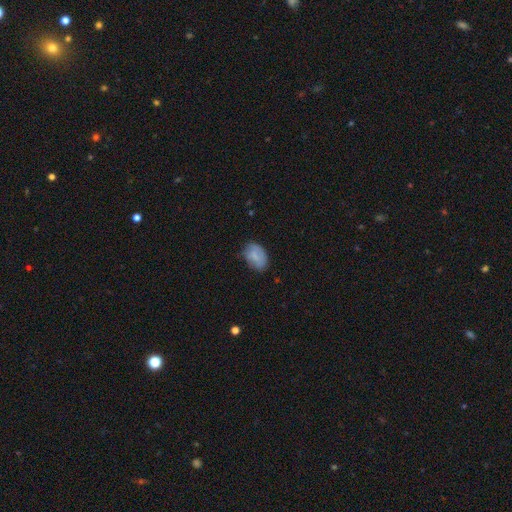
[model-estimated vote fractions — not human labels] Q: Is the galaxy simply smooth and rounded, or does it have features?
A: smooth — 74%.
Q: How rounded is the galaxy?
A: in between — 85%.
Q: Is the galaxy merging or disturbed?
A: none — 65%.